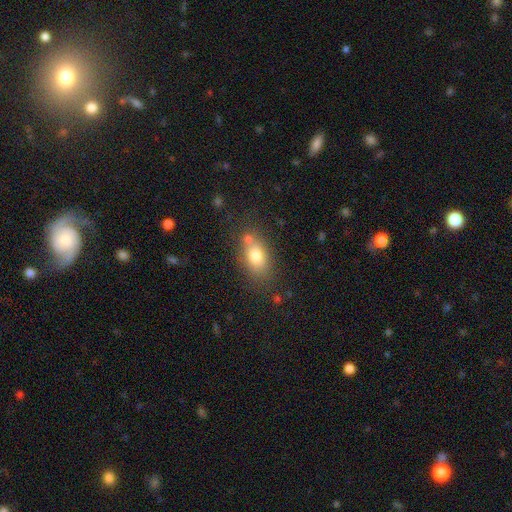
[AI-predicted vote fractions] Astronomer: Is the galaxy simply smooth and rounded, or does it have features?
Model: smooth — 78%.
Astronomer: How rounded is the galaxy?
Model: in between — 82%.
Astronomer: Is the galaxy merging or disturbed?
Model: none — 66%.